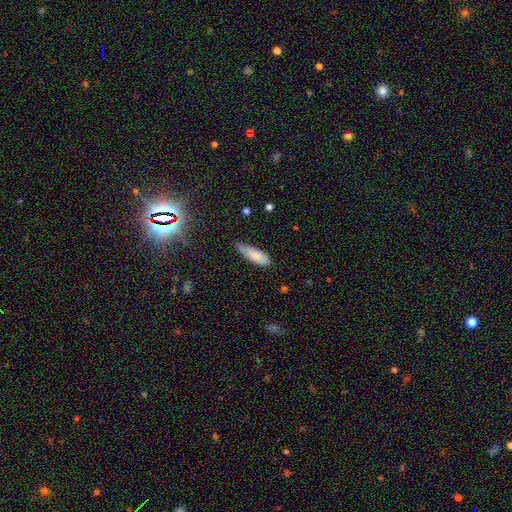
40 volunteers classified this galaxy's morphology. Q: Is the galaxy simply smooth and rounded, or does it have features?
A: smooth — 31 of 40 (78%).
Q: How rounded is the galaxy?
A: in between — 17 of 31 (55%).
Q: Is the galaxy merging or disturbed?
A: none — 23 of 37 (62%).